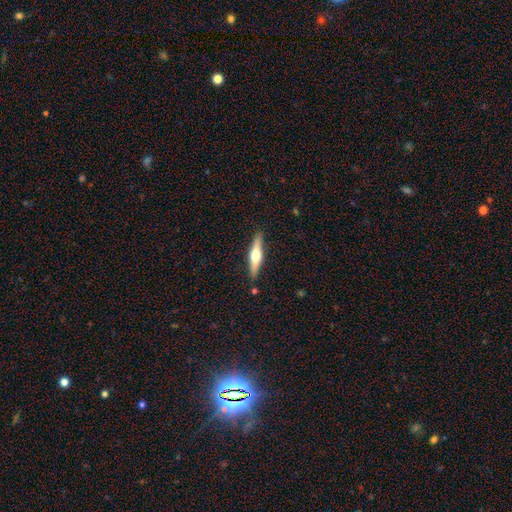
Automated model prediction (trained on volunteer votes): A featured or disk galaxy (59%) viewed edge-on (96%) with a rounded central bulge (94%). Merging: none (88%).